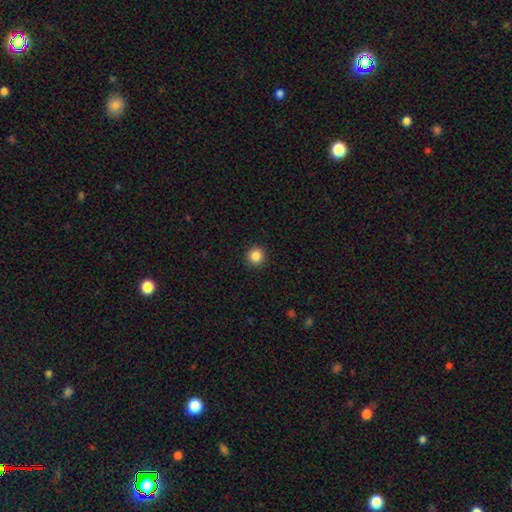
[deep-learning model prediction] A smooth galaxy with no disk features (86%) that is round (94%). Merging: none (93%).